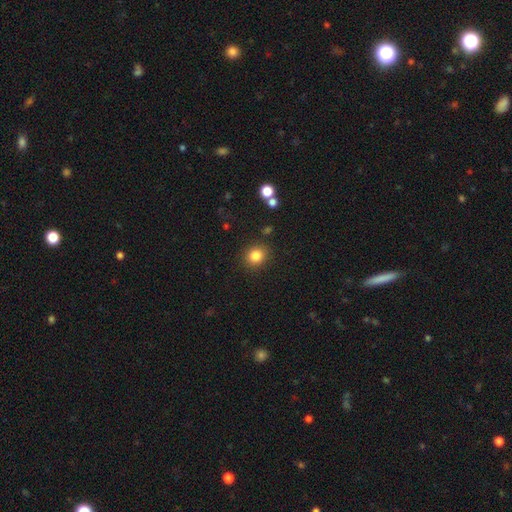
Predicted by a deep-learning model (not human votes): Morphology: type=smooth (84%); roundness=round (79%); merging=none (87%).